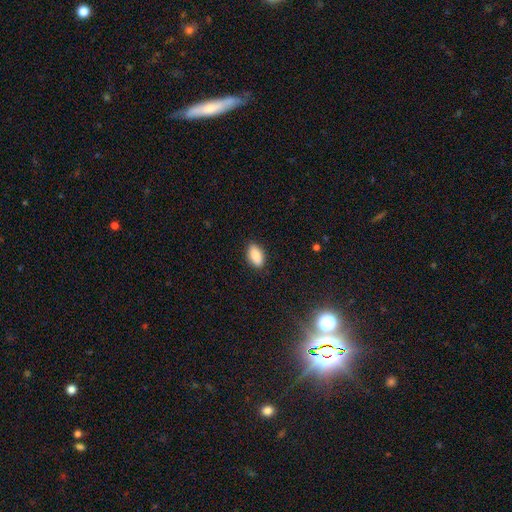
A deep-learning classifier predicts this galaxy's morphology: Overall: smooth (88%). How rounded: in between (91%). Merging: none (87%).